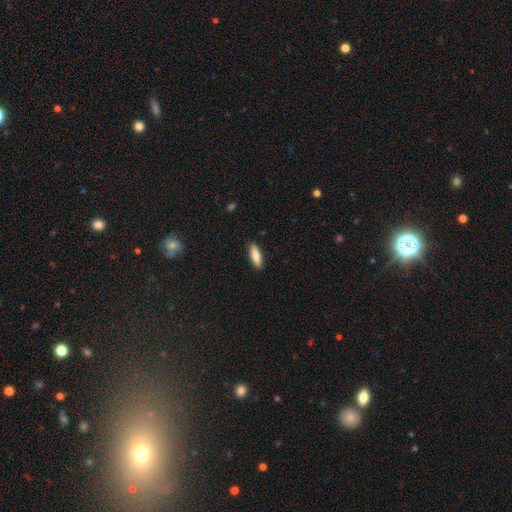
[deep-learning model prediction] This is likely a smooth galaxy (78%). How rounded: possibly cigar-shaped (50%). Merging: clearly none (89%).